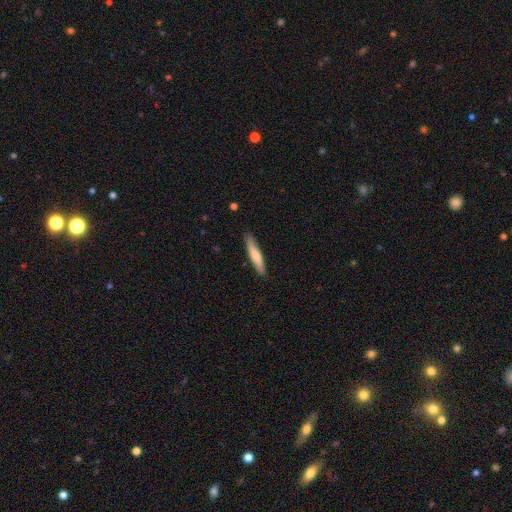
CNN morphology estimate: This is likely a smooth galaxy (70%). How rounded: clearly cigar-shaped (90%). Merging: clearly none (87%).